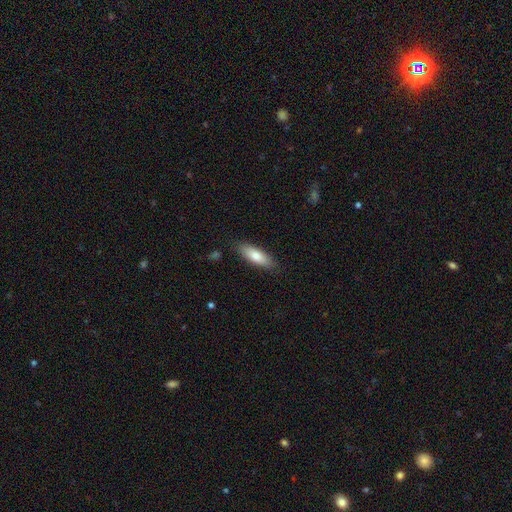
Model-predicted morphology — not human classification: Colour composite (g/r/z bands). It shows a smooth galaxy with no disk features (78%) that is in between round and cigar-shaped (58%). Merging: none (85%).